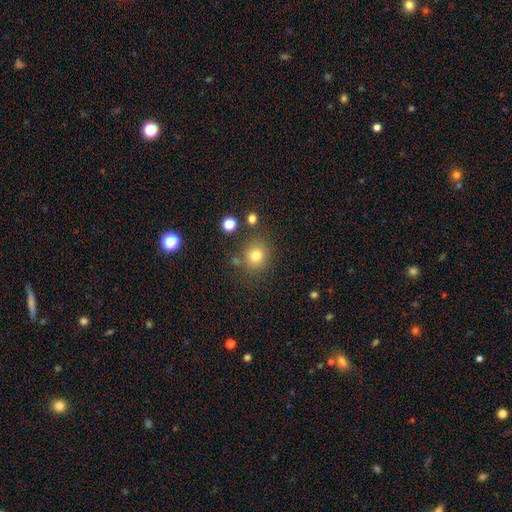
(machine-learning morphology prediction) This appears to be a smooth galaxy with no disk features (78%) that is round (86%). Merging: none (79%).